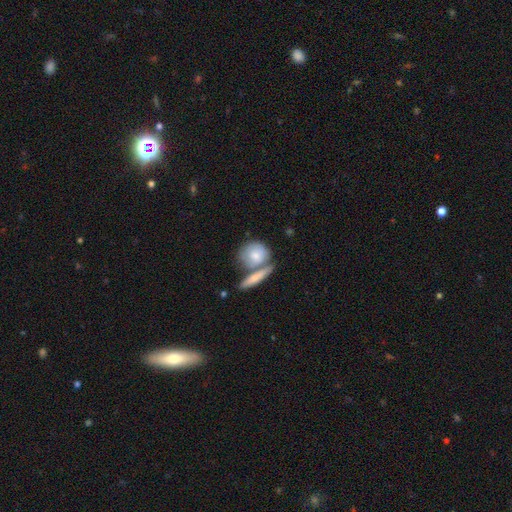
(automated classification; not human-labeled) Smooth or featured?
  - smooth: 65% *
  - featured or disk: 28%
  - star or artifact: 7%
How rounded?
  - round: 60% *
  - in between: 31%
  - cigar-shaped: 9%
Merging?
  - none: 45% *
  - merger: 39%
  - minor disturbance: 12%
  - major disturbance: 4%